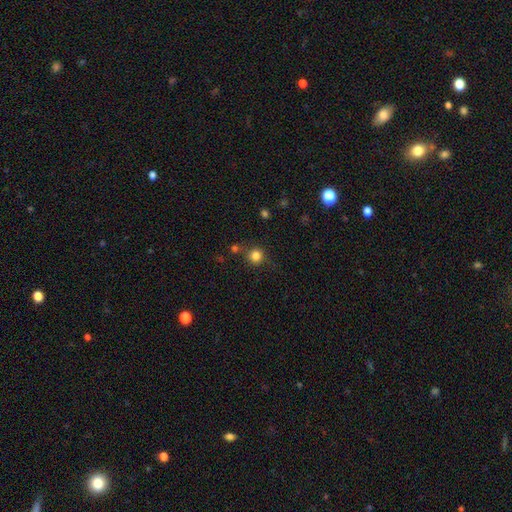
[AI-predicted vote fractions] A smooth galaxy with no disk features (82%) that is round (93%).

Vote fractions:
- Smooth or featured? smooth: 82% / star or artifact: 13% / featured or disk: 5%
- How rounded? round: 93% / in between: 6% / cigar-shaped: 1%
- Merging? none: 77% / minor disturbance: 11% / merger: 8% / major disturbance: 4%